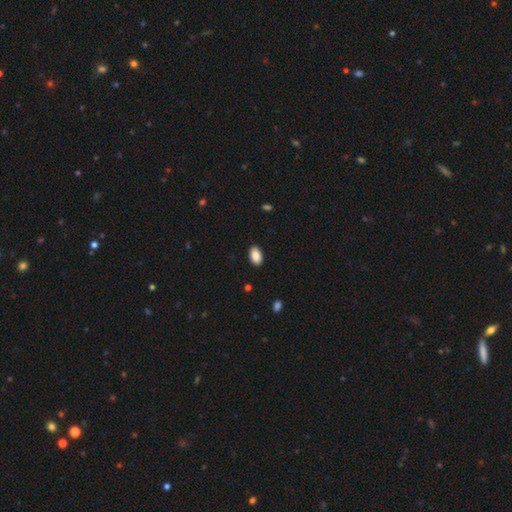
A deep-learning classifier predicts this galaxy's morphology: smooth 90%, star or artifact 7%, featured or disk 3%. Down the decision tree: how rounded — in between (93%); merging — none (89%).